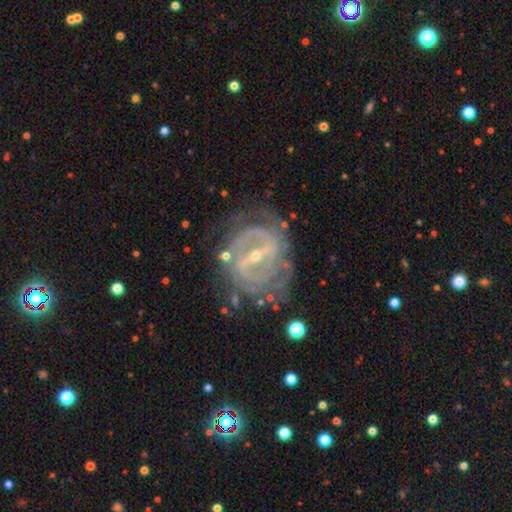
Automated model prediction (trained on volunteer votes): This is clearly a featured or disk galaxy (88%). It is clearly not viewed edge-on (95%). Bar: likely strong (66%). Spiral arm pattern: clearly yes (85%). Spiral arm count: possibly 2 (45%). Spiral winding: possibly tight (56%). Central bulge: likely small (71%). Merging: likely none (66%).